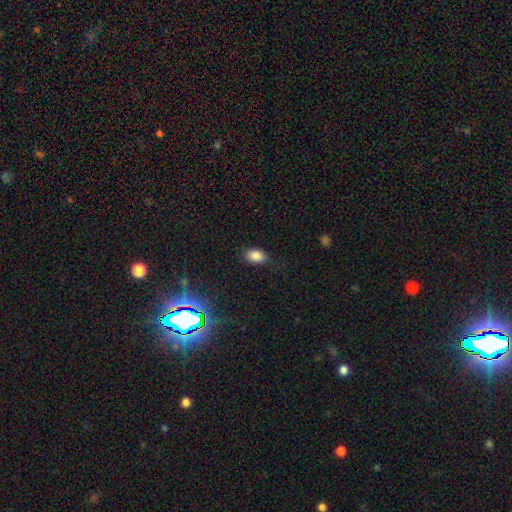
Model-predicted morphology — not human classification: A smooth galaxy with no disk features (85%) that is in between round and cigar-shaped (80%).

Vote fractions:
- Smooth or featured? smooth: 85% / star or artifact: 10% / featured or disk: 4%
- How rounded? in between: 80% / round: 19% / cigar-shaped: 1%
- Merging? none: 84% / minor disturbance: 12% / major disturbance: 3% / merger: 1%